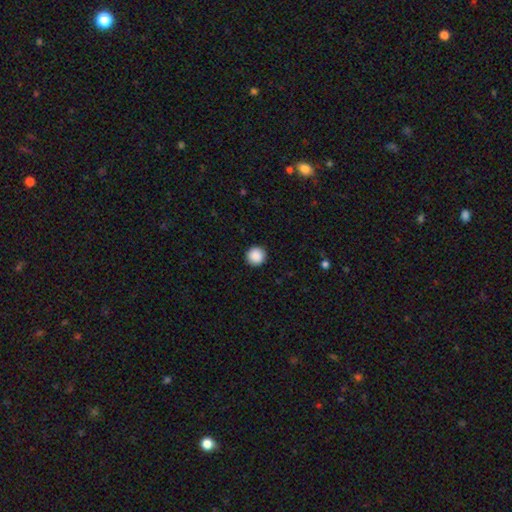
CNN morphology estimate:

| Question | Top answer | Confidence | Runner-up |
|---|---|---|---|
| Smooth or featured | smooth | 90% | star or artifact (8%) |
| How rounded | round | 95% | in between (4%) |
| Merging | none | 93% | minor disturbance (5%) |